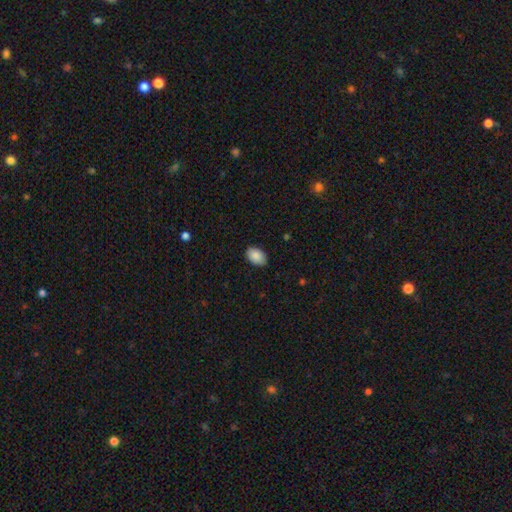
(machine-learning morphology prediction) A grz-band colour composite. It shows a smooth galaxy with no disk features (89%) that is in between round and cigar-shaped (88%). Merging: none (87%).